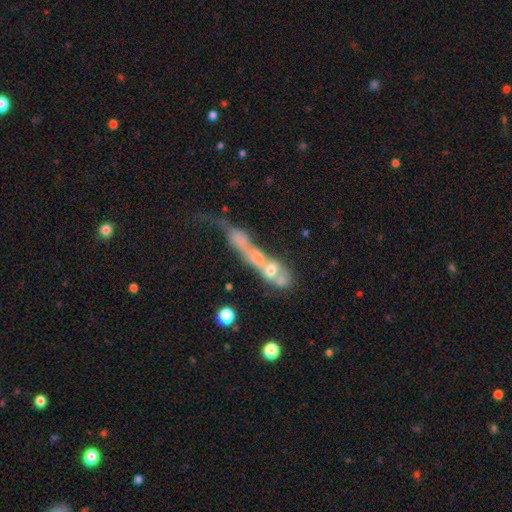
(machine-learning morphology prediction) smooth-or-featured: featured or disk: 46% | smooth: 42% | star or artifact: 12%
  merging: merger: 66% | major disturbance: 15% | none: 12% | minor disturbance: 7%